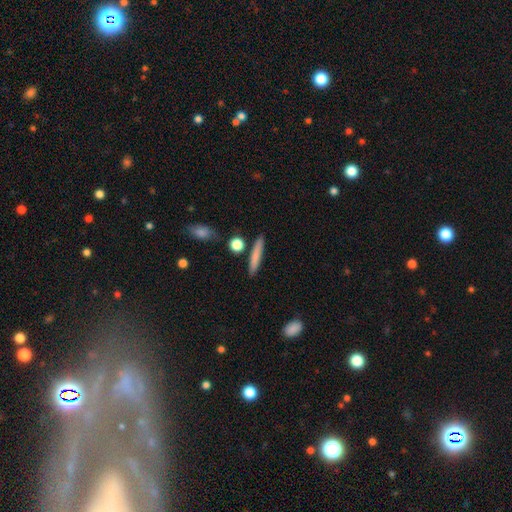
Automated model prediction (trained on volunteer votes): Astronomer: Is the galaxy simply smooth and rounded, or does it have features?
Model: smooth — 75%.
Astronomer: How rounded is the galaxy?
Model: cigar-shaped — 90%.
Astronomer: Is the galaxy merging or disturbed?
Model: none — 85%.